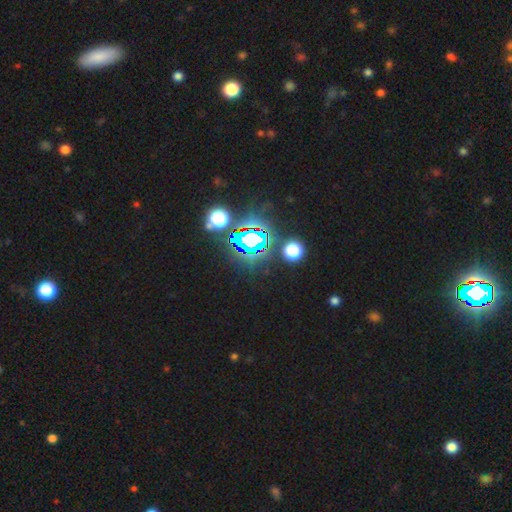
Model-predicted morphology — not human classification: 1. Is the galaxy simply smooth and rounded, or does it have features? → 82% star or artifact, 11% smooth, 6% featured or disk.